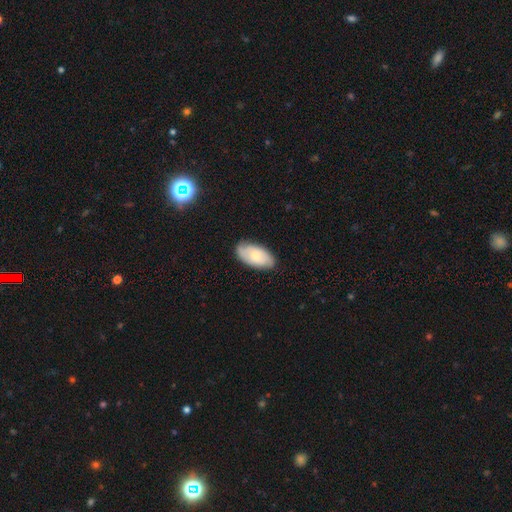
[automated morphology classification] This is possibly a smooth galaxy (57%). How rounded: clearly in between (94%). Merging: likely none (80%).